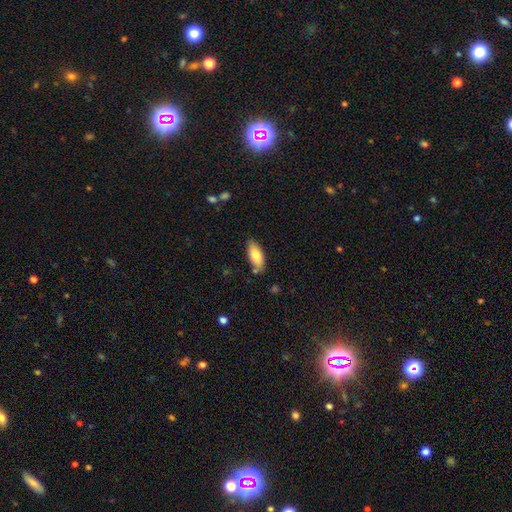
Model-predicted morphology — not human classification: Smooth or featured? smooth (79%)
How rounded? in between (84%)
Merging? none (78%)